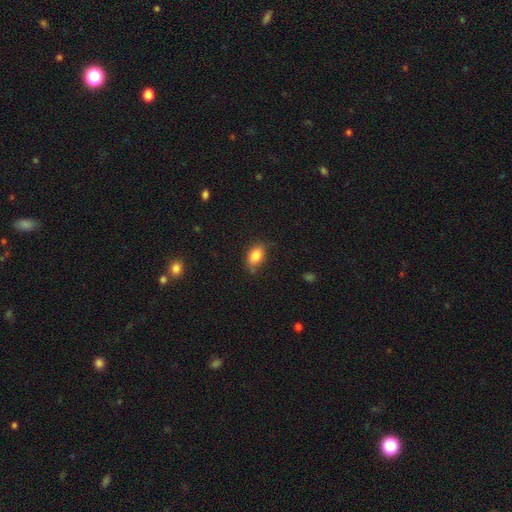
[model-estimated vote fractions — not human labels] smooth_or_featured: smooth (p=0.84) [alt: star or artifact p=0.08]
how_rounded: in between (p=0.86) [alt: round p=0.12]
merging: none (p=0.75) [alt: minor disturbance p=0.19]